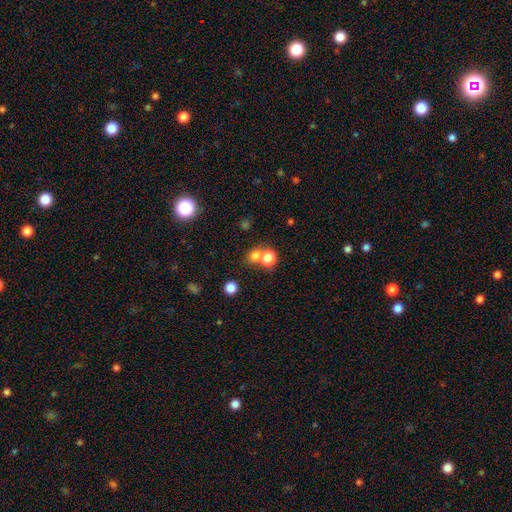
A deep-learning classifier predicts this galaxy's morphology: smooth-or-featured: smooth: 73% | star or artifact: 18% | featured or disk: 9%
  how-rounded: round: 76% | in between: 23% | cigar-shaped: 1%
  merging: none: 51% | merger: 38% | minor disturbance: 7% | major disturbance: 4%